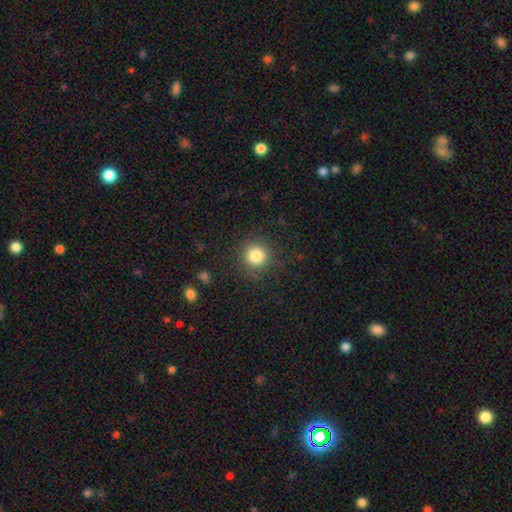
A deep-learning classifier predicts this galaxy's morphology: This is clearly a smooth galaxy (82%). How rounded: clearly round (94%). Merging: clearly none (88%).